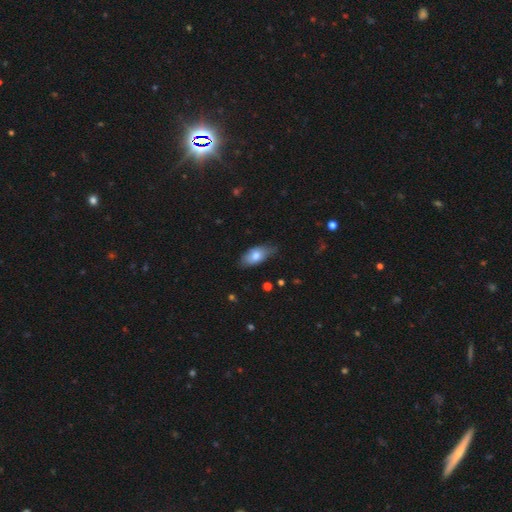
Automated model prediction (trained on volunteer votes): Morphology: type=smooth (73%); roundness=in between (88%); merging=none (63%).